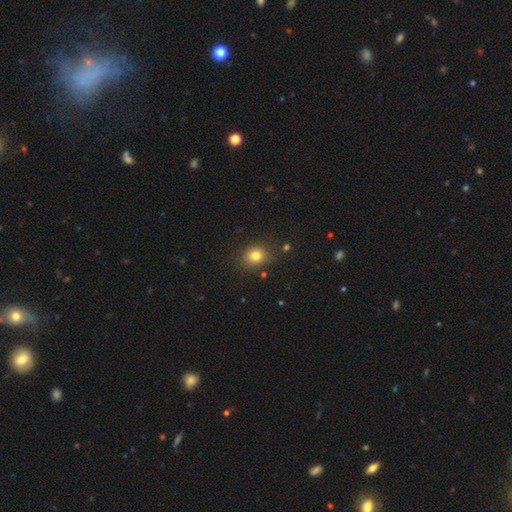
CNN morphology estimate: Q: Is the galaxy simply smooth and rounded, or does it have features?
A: smooth — 80%.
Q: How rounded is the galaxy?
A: round — 66%.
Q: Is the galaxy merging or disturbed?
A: none — 82%.